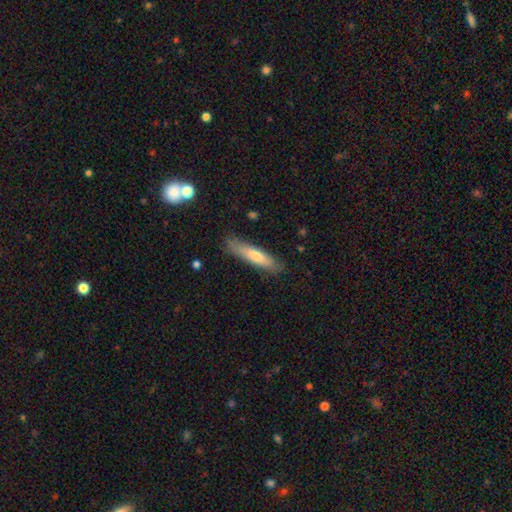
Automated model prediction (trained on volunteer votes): Smooth or featured?
  - smooth: 61% *
  - featured or disk: 32%
  - star or artifact: 7%
How rounded?
  - cigar-shaped: 85% *
  - in between: 13%
  - round: 2%
Merging?
  - none: 82% *
  - minor disturbance: 13%
  - major disturbance: 3%
  - merger: 2%